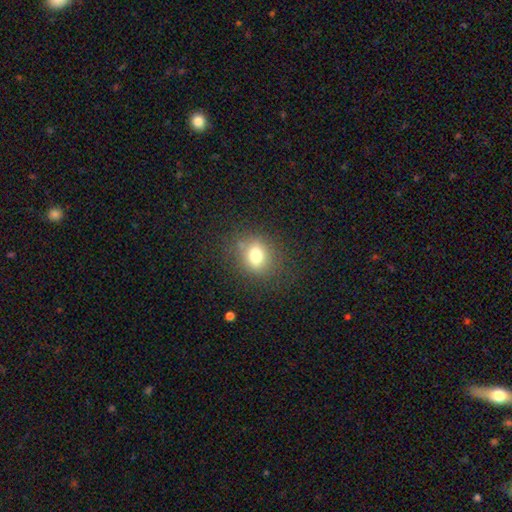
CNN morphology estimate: smooth_or_featured: smooth (p=0.74) [alt: star or artifact p=0.13]
how_rounded: round (p=0.59) [alt: in between p=0.40]
merging: none (p=0.79) [alt: minor disturbance p=0.13]